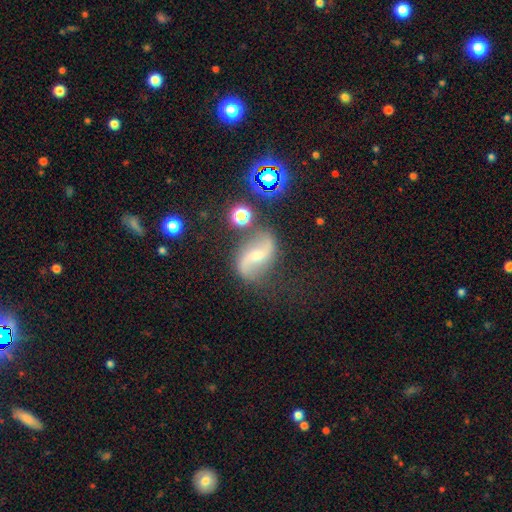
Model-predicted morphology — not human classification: Smooth or featured? Predicted: featured or disk (p=0.81). Edge-on disk? Predicted: no (p=0.97). Bar? Predicted: weak (p=0.41). Spiral arms? Predicted: yes (p=0.95). Spiral winding? Predicted: loose (p=0.79). Spiral arm count? Predicted: 2 (p=0.93). Bulge size? Predicted: small (p=0.48). Merging? Predicted: none (p=0.73).